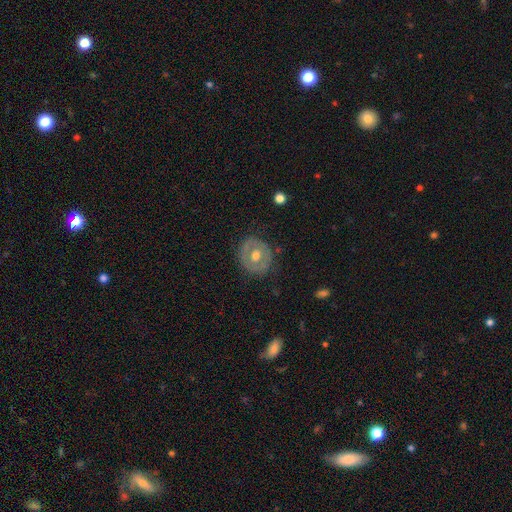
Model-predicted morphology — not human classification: This is possibly a featured or disk galaxy (53%). It is clearly not viewed edge-on (95%). Bar: likely no (75%). Spiral arm pattern: clearly no (83%). Central bulge: likely moderate (77%). Merging: clearly none (82%).